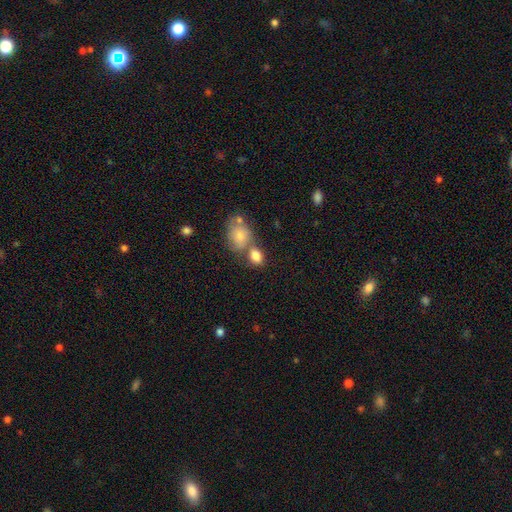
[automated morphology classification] Smooth or featured? smooth (81%)
How rounded? in between (70%)
Merging? merger (42%)